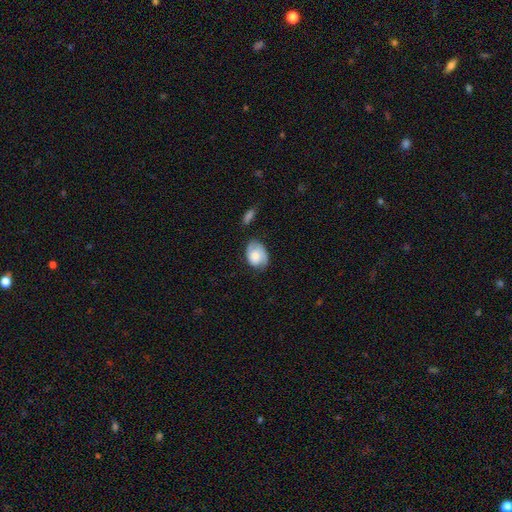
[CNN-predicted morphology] smooth_or_featured: smooth (p=0.53) [alt: featured or disk p=0.39]
how_rounded: in between (p=0.73) [alt: round p=0.26]
merging: none (p=0.53) [alt: minor disturbance p=0.31]